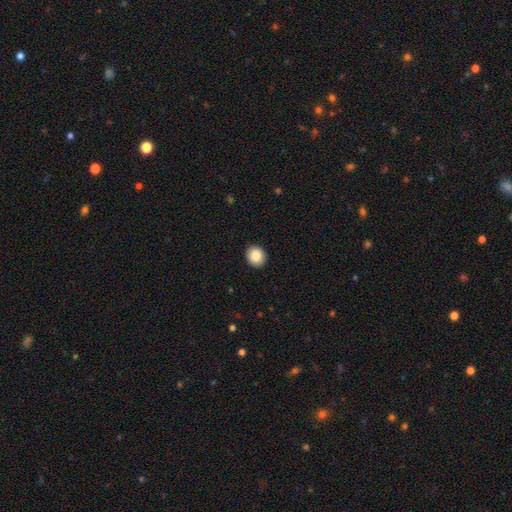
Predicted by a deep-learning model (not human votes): Morphology: type=smooth (88%); roundness=round (74%); merging=none (92%).